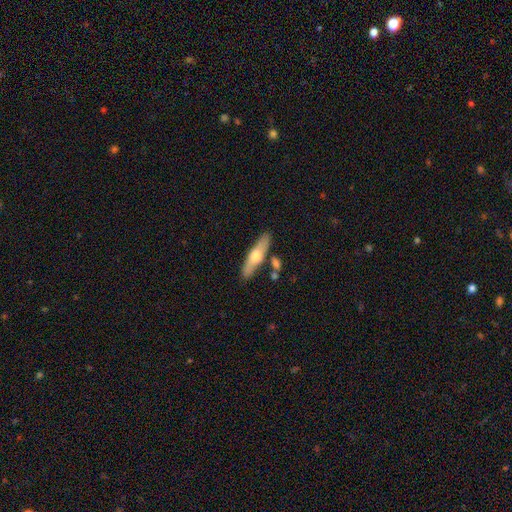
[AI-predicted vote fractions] smooth-or-featured: smooth: 48% | featured or disk: 47% | star or artifact: 5%
  merging: none: 79% | minor disturbance: 11% | merger: 8% | major disturbance: 2%